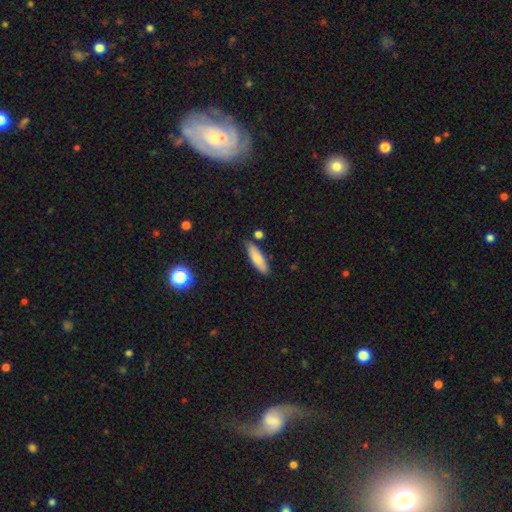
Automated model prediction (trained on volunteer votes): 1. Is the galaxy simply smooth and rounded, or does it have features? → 78% smooth, 15% featured or disk, 7% star or artifact.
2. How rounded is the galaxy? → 56% cigar-shaped, 42% in between, 2% round.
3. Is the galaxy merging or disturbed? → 81% none, 12% minor disturbance, 4% merger, 2% major disturbance.